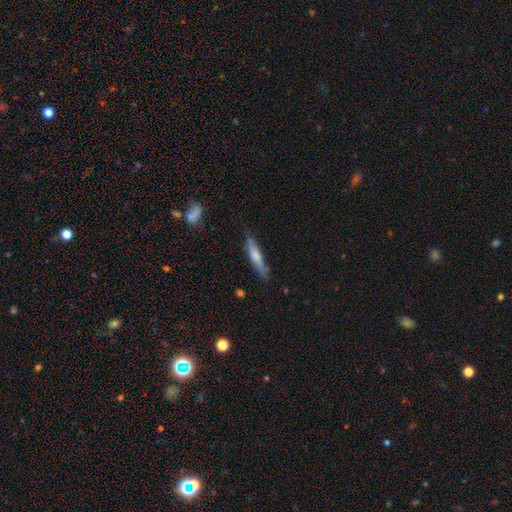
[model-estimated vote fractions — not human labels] smooth-or-featured: smooth: 63% | featured or disk: 31% | star or artifact: 6%
  how-rounded: cigar-shaped: 88% | in between: 10% | round: 1%
  merging: none: 79% | minor disturbance: 16% | major disturbance: 3% | merger: 2%